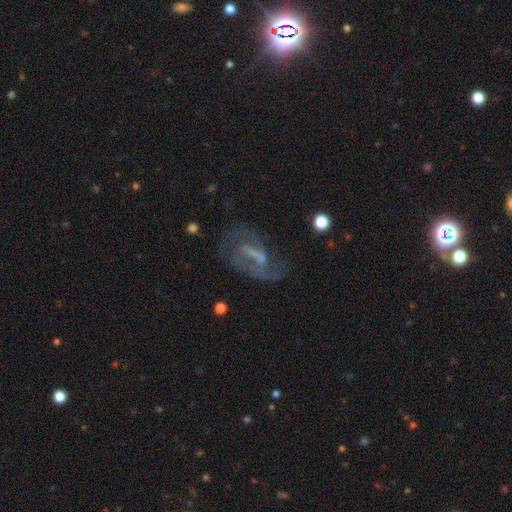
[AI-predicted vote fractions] smooth-or-featured: featured or disk: 73% | smooth: 16% | star or artifact: 11%
  disk-edge-on: no: 93% | yes: 7%
    bar: strong: 44% | weak: 37% | no: 19%
    has-spiral-arms: yes: 77% | no: 23%
      spiral-winding: medium: 45% | loose: 29% | tight: 26%
      spiral-arm-count: 2: 66% | can't tell: 18% | 1: 9% | 3: 3% | 4: 2% | more than 4: 1%
    bulge-size: none: 51% | small: 24% | moderate: 19% | large: 5% | dominant: 1%
  merging: none: 56% | major disturbance: 21% | minor disturbance: 19% | merger: 3%